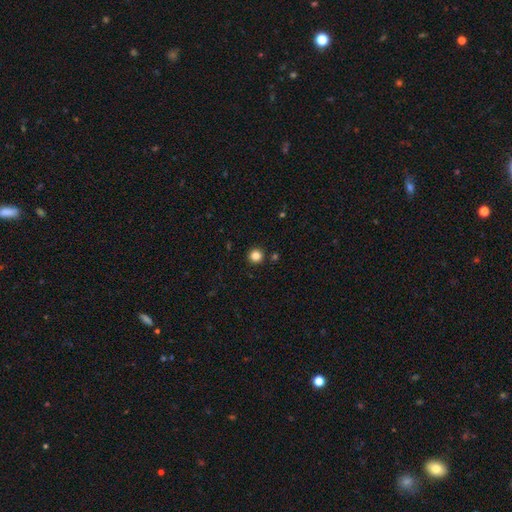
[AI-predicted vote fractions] Smooth or featured?
  - smooth: 84% *
  - star or artifact: 12%
  - featured or disk: 4%
How rounded?
  - round: 95% *
  - in between: 4%
  - cigar-shaped: 1%
Merging?
  - none: 91% *
  - minor disturbance: 5%
  - merger: 2%
  - major disturbance: 2%